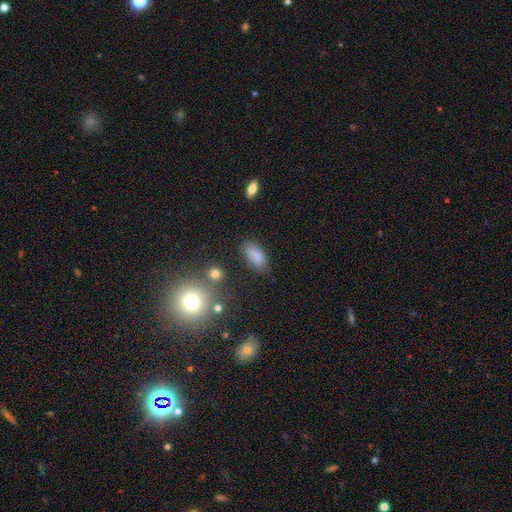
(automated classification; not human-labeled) This is clearly a smooth galaxy (83%). How rounded: clearly in between (89%). Merging: likely none (72%).